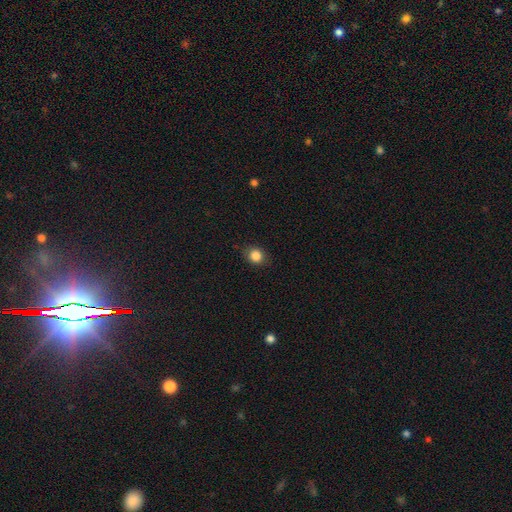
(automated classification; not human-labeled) Smooth or featured? smooth (85%)
How rounded? round (70%)
Merging? none (84%)